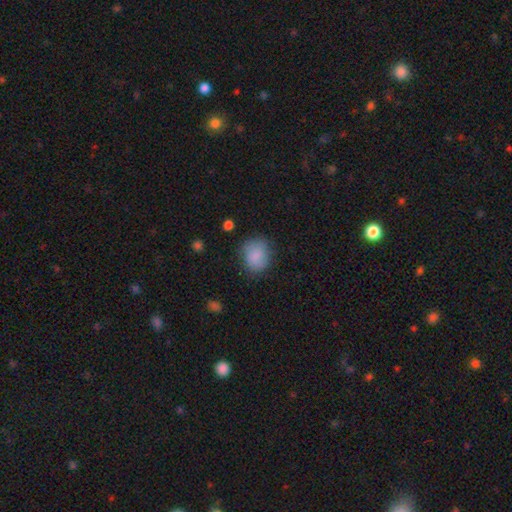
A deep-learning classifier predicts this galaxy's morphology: This is clearly a smooth galaxy (84%). How rounded: likely round (65%). Merging: likely none (72%).